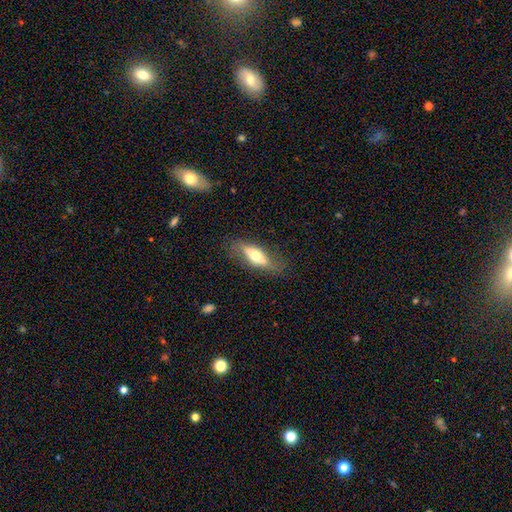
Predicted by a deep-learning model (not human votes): The model was most divided on "smooth or featured": smooth: 52%, featured or disk: 42%, star or artifact: 6%. More confident: merging — none (75%); how rounded — in between (55%).